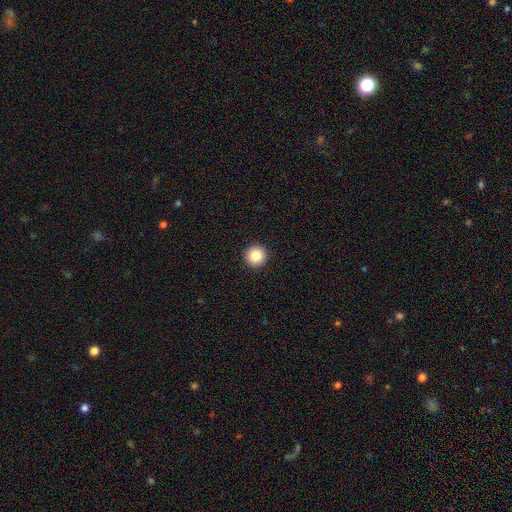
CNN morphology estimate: Smooth or featured? smooth (86%)
How rounded? round (96%)
Merging? none (94%)